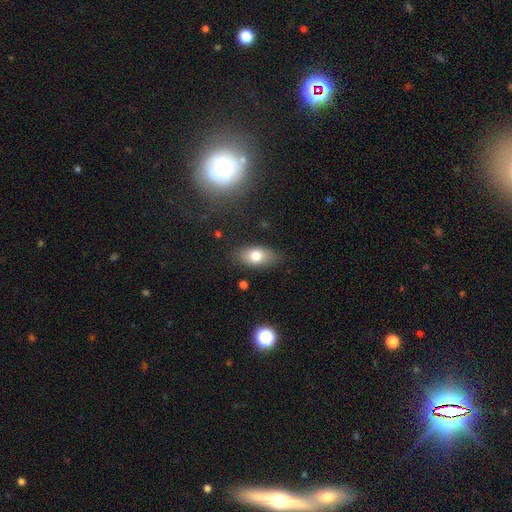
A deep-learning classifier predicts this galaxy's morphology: smooth_or_featured: smooth (p=0.76) [alt: featured or disk p=0.15]
how_rounded: in between (p=0.89) [alt: round p=0.07]
merging: none (p=0.83) [alt: minor disturbance p=0.13]